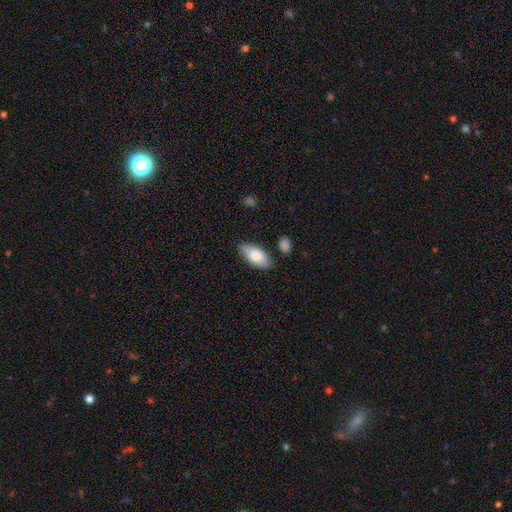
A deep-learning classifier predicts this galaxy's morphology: smooth-or-featured: smooth: 80% | featured or disk: 14% | star or artifact: 6%
  how-rounded: in between: 91% | cigar-shaped: 7% | round: 2%
  merging: none: 79% | minor disturbance: 14% | merger: 3% | major disturbance: 3%